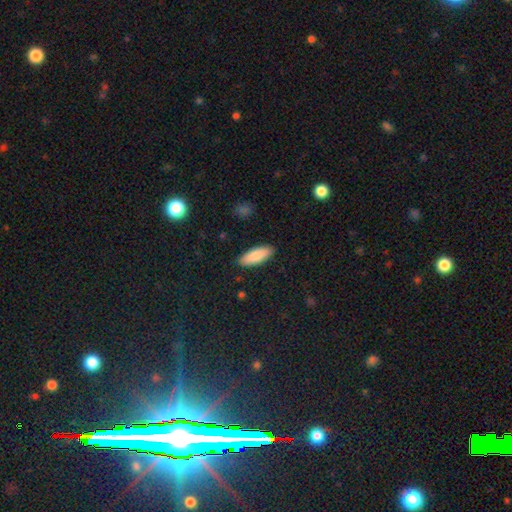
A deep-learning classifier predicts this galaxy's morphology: The model was most divided on "how rounded": in between: 70%, cigar-shaped: 28%, round: 2%. More confident: merging — none (89%); smooth or featured — smooth (85%).